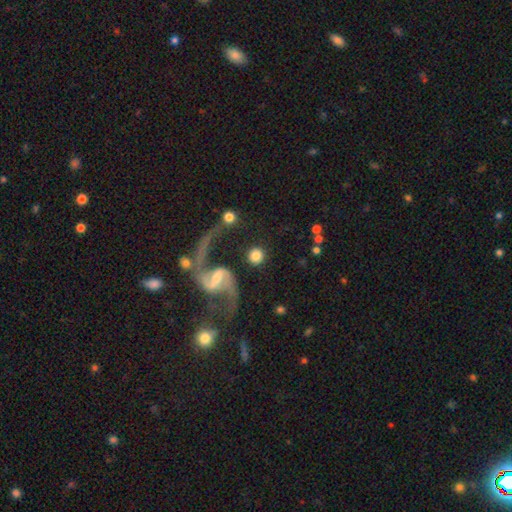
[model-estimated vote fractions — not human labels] This is likely a smooth galaxy (68%). How rounded: clearly round (94%). Merging: likely none (77%).